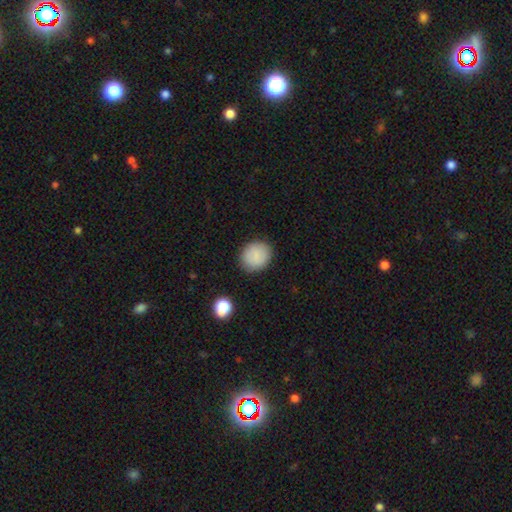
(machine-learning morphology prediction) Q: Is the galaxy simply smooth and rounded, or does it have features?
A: smooth — 85%.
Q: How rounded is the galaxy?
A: round — 79%.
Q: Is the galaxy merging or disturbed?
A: none — 88%.